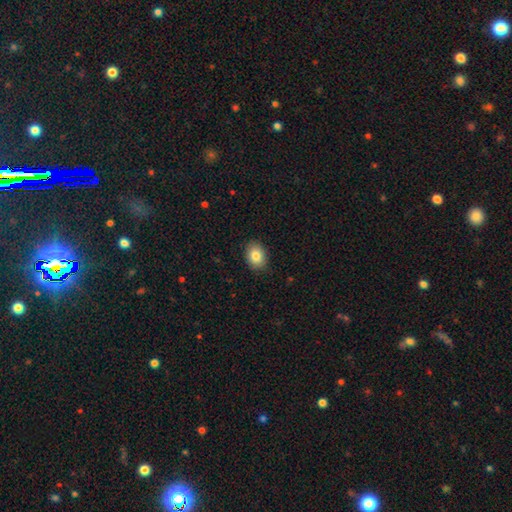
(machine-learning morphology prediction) smooth 83%, star or artifact 9%, featured or disk 8%. Down the decision tree: how rounded — in between (62%); merging — none (89%).